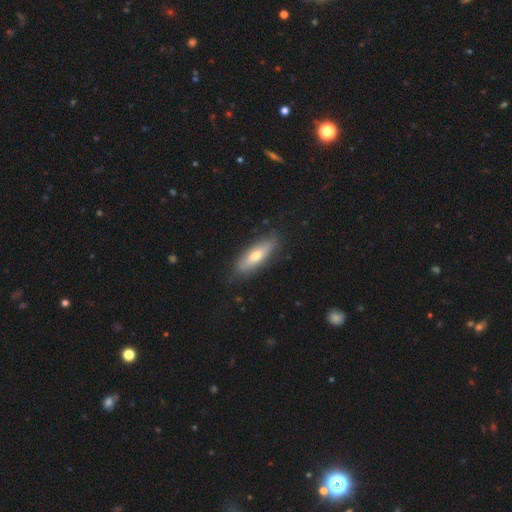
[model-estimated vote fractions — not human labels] Smooth or featured? smooth (57%)
How rounded? in between (53%)
Merging? none (83%)